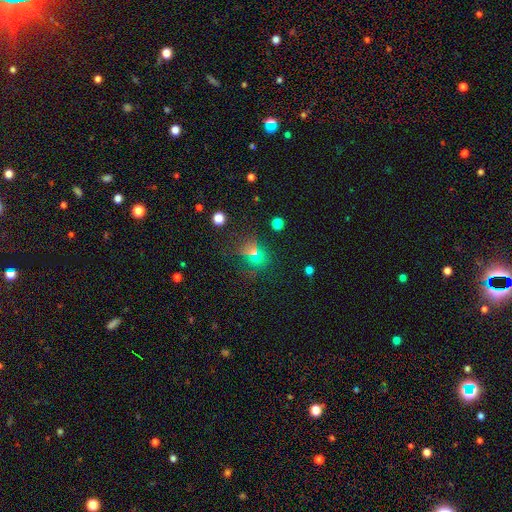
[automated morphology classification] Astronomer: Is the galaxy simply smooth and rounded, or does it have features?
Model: smooth — 54% (runner-up: star or artifact, 36%).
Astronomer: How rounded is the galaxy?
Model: round — 79%.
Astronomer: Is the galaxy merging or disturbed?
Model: none — 77%.